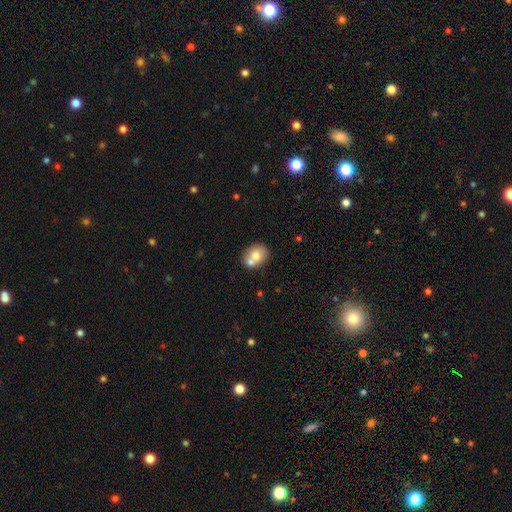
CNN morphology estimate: A smooth galaxy with no disk features (72%) that is round (61%). Merging: none (46%).